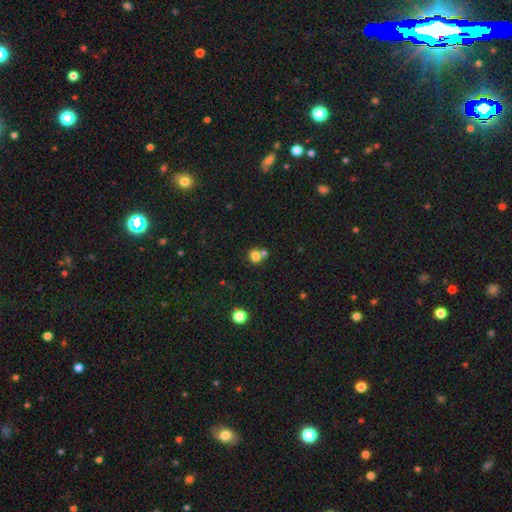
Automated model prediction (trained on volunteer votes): This is likely a smooth galaxy (78%). How rounded: clearly round (82%). Merging: possibly none (50%).